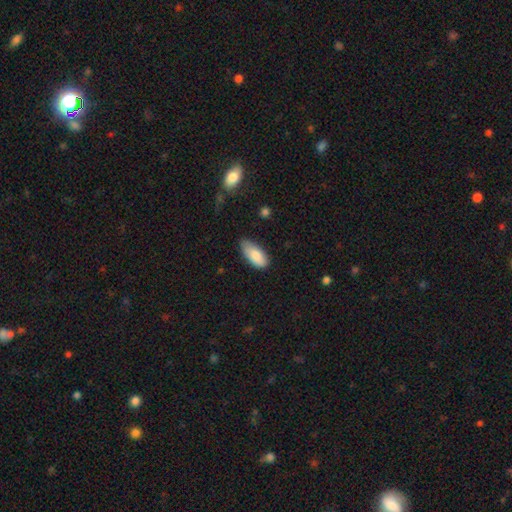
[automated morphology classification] A smooth galaxy with no disk features (85%) that is in between round and cigar-shaped (89%).

Vote fractions:
- Smooth or featured? smooth: 85% / featured or disk: 9% / star or artifact: 6%
- How rounded? in between: 89% / cigar-shaped: 9% / round: 2%
- Merging? none: 65% / minor disturbance: 29% / major disturbance: 4% / merger: 2%